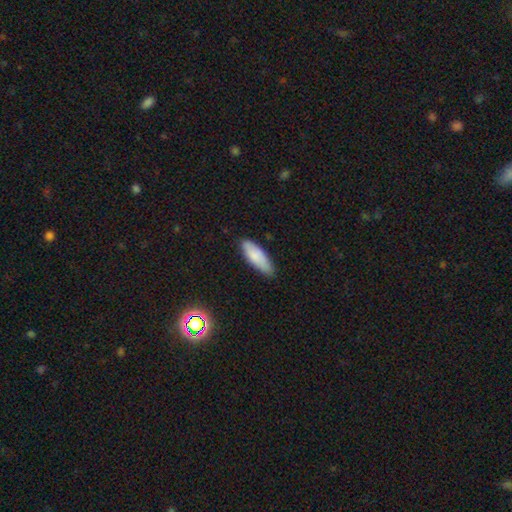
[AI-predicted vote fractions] smooth 82%, featured or disk 12%, star or artifact 6%. Down the decision tree: how rounded — in between (67%); merging — none (76%).